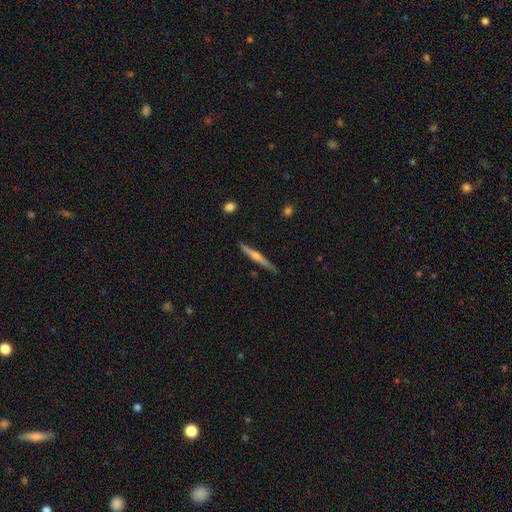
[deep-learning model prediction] Morphology: type=featured or disk (70%); edge-on=yes (98%); edge-on bulge=rounded (82%); merging=none (88%).